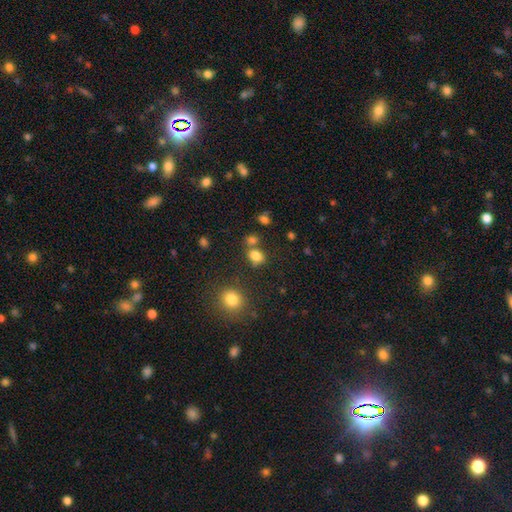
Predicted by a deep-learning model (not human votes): Morphology: type=smooth (80%); roundness=in between (60%); merging=none (58%).